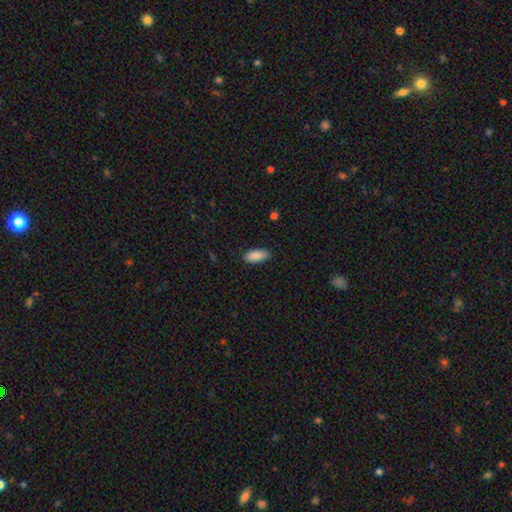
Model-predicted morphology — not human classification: Overall: smooth (89%). How rounded: in between (88%). Merging: none (80%).